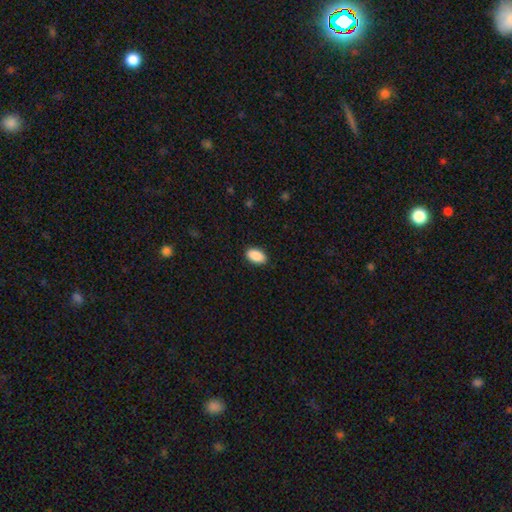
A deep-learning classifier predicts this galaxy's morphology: A smooth galaxy with no disk features (90%) that is in between round and cigar-shaped (94%). Merging: none (89%).